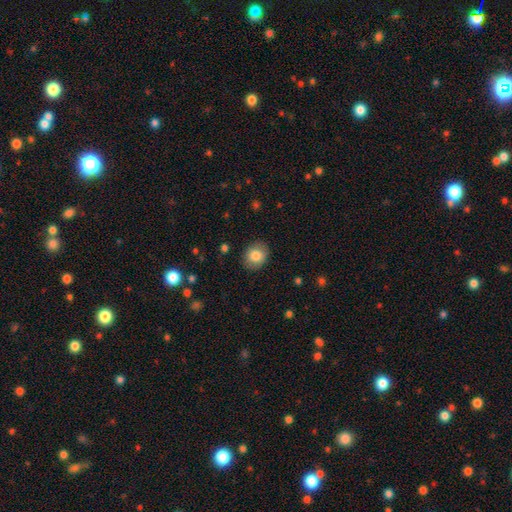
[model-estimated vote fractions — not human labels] The model was most divided on "how rounded": round: 65%, in between: 34%, cigar-shaped: 1%. More confident: merging — none (88%); smooth or featured — smooth (83%).